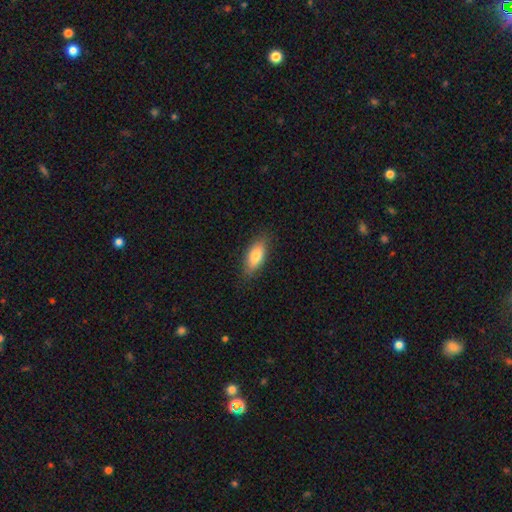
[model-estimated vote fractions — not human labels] Overall: smooth (78%). How rounded: in between (80%). Merging: none (83%).